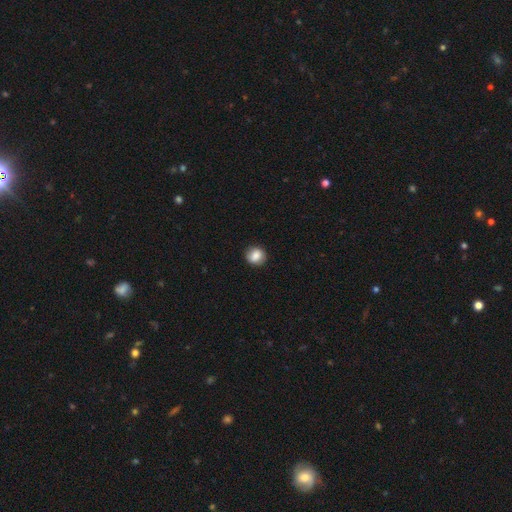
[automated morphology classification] The model was most divided on "how rounded": round: 80%, in between: 19%, cigar-shaped: 1%. More confident: merging — none (86%); smooth or featured — smooth (82%).